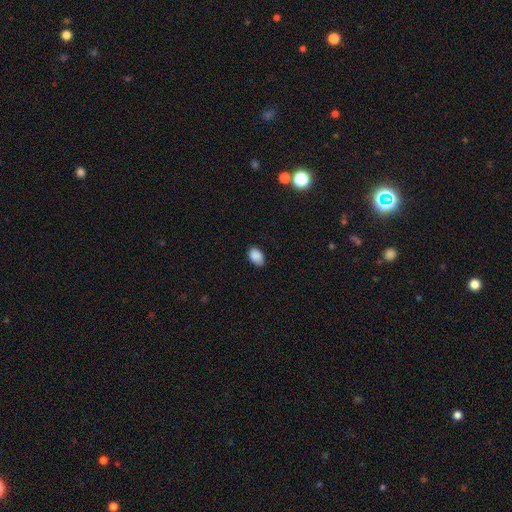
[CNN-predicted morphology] smooth-or-featured: smooth: 89% | star or artifact: 8% | featured or disk: 4%
  how-rounded: in between: 89% | round: 9% | cigar-shaped: 1%
  merging: none: 81% | minor disturbance: 16% | major disturbance: 3% | merger: 1%